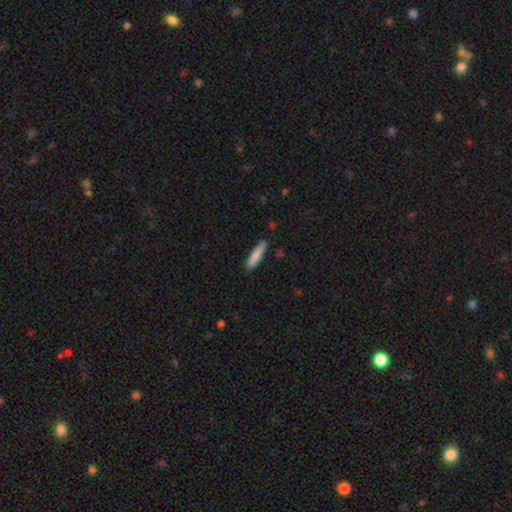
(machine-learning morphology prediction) The model was most divided on "how rounded": cigar-shaped: 83%, in between: 16%, round: 1%. More confident: merging — none (85%); smooth or featured — smooth (84%).